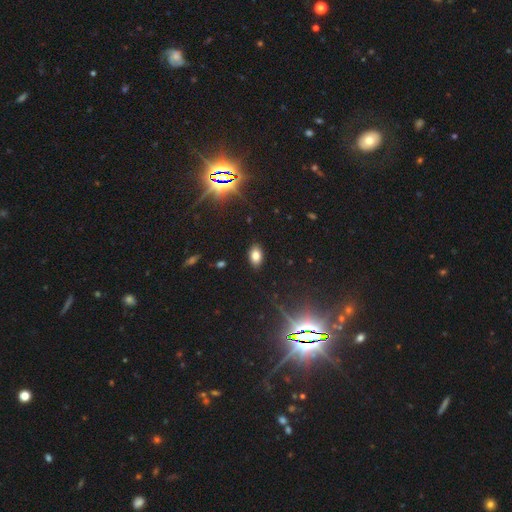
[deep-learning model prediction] Smooth or featured: smooth — 77% (star or artifact — 14%)
How rounded: in between — 90% (round — 8%)
Merging: none — 88% (minor disturbance — 8%)